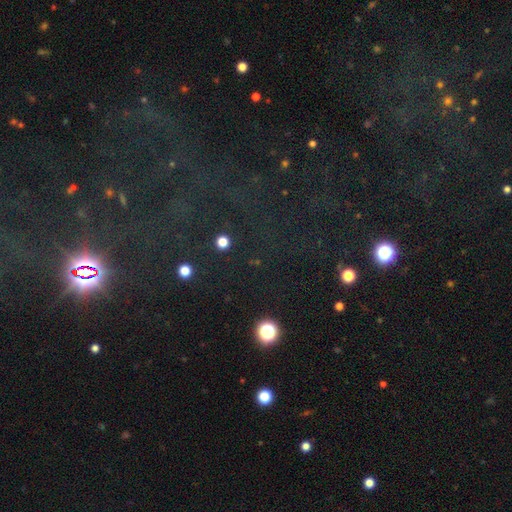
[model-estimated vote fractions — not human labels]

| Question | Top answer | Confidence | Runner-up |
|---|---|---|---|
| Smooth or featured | star or artifact | 74% | smooth (15%) |